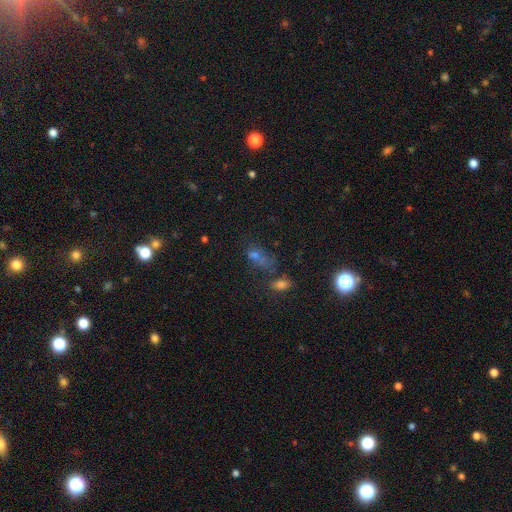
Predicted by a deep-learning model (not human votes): Smooth or featured?
  - smooth: 47% *
  - star or artifact: 37%
  - featured or disk: 16%
Merging?
  - none: 39% *
  - merger: 26%
  - major disturbance: 17%
  - minor disturbance: 17%